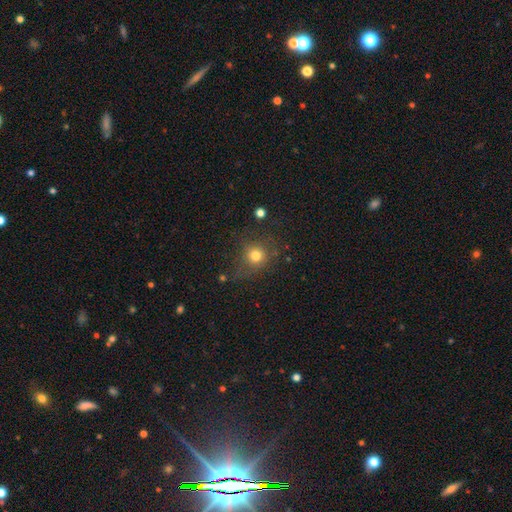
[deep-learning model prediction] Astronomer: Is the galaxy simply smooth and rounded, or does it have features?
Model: smooth — 75%.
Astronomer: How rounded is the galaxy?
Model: round — 85%.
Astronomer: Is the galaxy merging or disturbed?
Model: none — 67%.